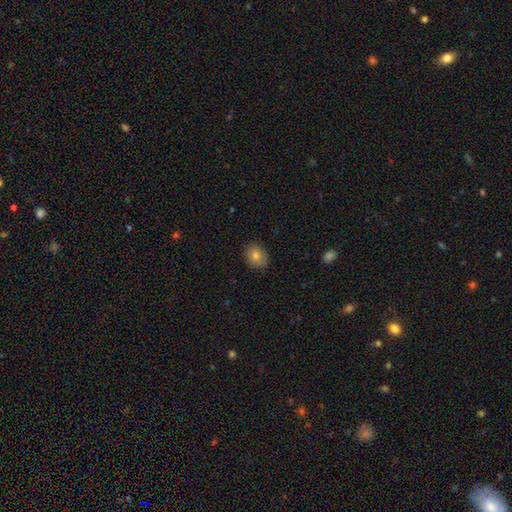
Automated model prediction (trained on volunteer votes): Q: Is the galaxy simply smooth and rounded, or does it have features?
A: smooth — 77%.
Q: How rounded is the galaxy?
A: round — 59%.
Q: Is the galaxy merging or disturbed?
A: none — 85%.